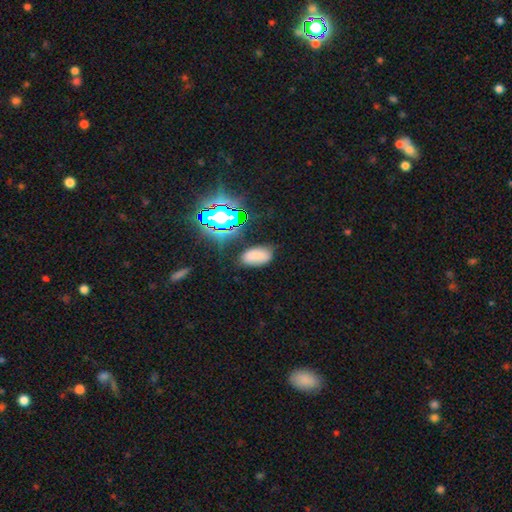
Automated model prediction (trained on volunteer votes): Smooth or featured? smooth (71%)
How rounded? in between (93%)
Merging? none (76%)